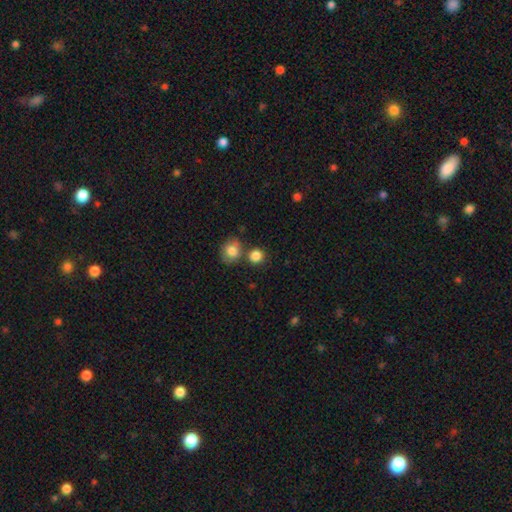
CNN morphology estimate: Q: Smooth or featured?
A: smooth (85%); runner-up: star or artifact (10%)
Q: How rounded?
A: round (87%); runner-up: in between (12%)
Q: Merging?
A: none (69%); runner-up: merger (20%)